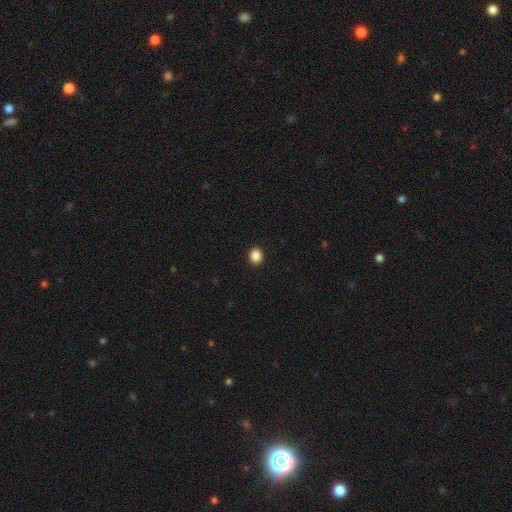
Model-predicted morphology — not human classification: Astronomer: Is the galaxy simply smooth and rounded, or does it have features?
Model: smooth — 87%.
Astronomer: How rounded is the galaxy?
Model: round — 72%.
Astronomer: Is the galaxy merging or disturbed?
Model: none — 93%.